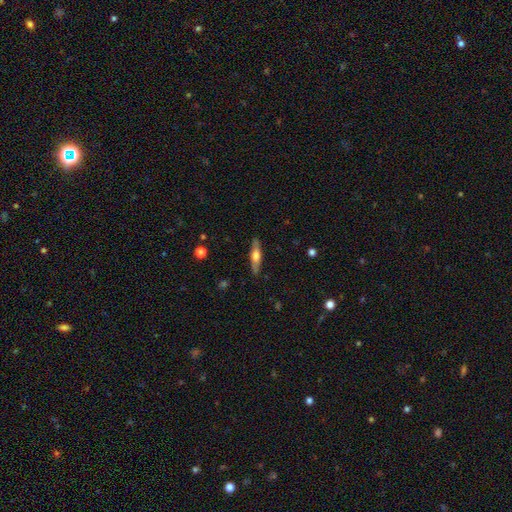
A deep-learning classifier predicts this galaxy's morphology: This appears to be a featured or disk galaxy (55%) viewed edge-on (93%) with a rounded central bulge (90%). Merging: none (88%).